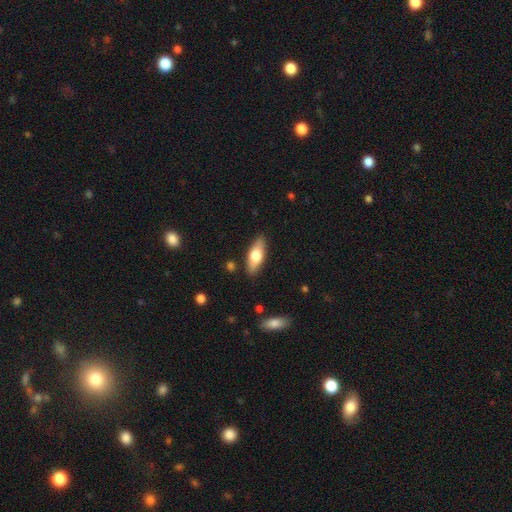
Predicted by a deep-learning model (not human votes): Overall: smooth (62%; featured or disk 32%). How rounded: in between (67%; cigar-shaped 30%). Merging: none (87%).